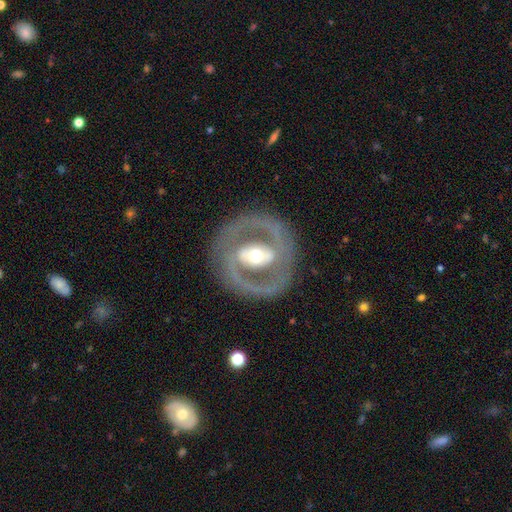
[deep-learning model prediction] Overall: featured or disk (80%). Edge-on disk: no (94%). Bar: strong (45%; weak 30%). Spiral arms: yes (54%; no 46%). Bulge size: moderate (66%). Merging: none (82%).